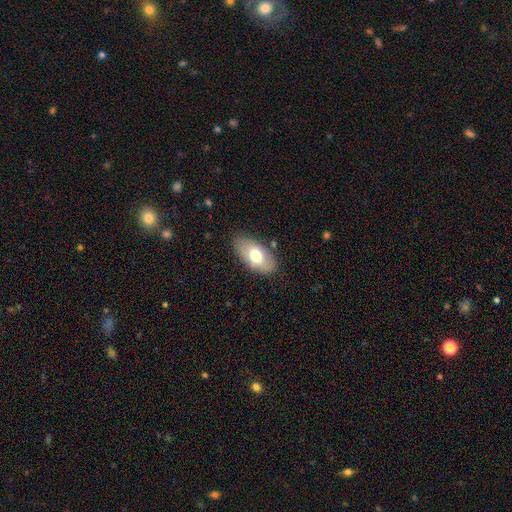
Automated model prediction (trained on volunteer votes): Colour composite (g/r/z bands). It shows a smooth galaxy with no disk features (67%) that is in between round and cigar-shaped (93%). Merging: none (81%).